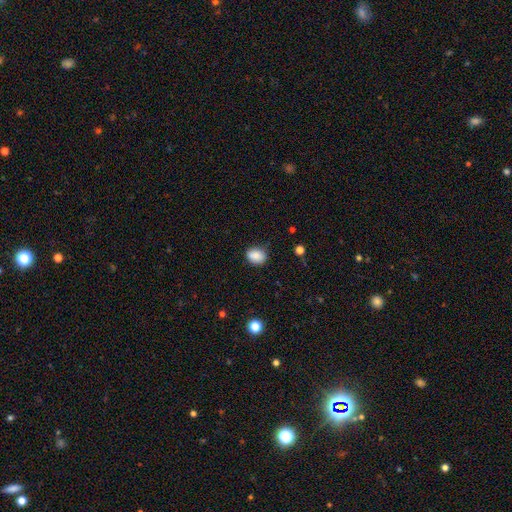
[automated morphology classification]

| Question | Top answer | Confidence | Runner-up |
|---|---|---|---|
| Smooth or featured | smooth | 85% | star or artifact (9%) |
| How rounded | in between | 55% | round (44%) |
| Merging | none | 77% | minor disturbance (18%) |